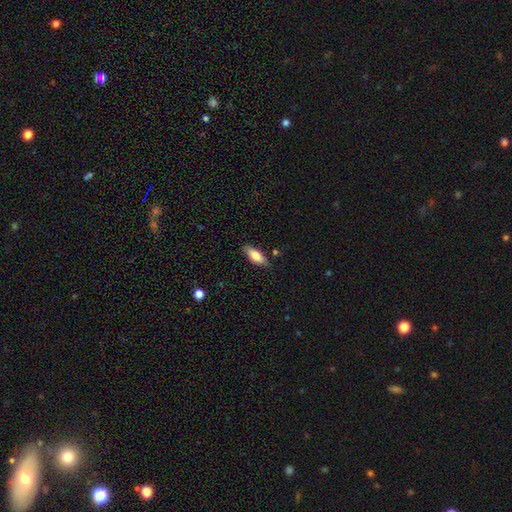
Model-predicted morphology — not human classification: A smooth galaxy with no disk features (78%) that is in between round and cigar-shaped (76%). Merging: none (81%).